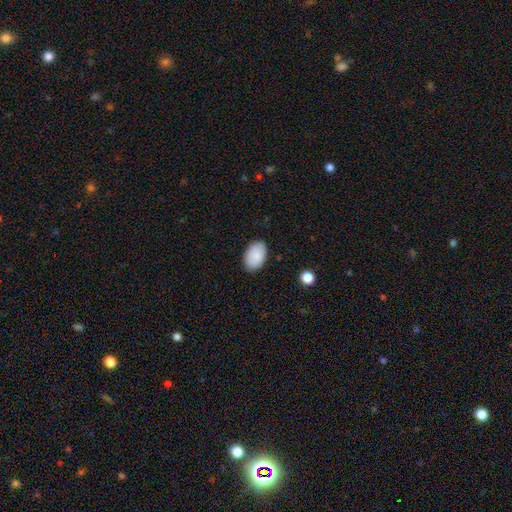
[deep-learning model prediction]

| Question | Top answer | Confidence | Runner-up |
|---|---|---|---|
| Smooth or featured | smooth | 88% | star or artifact (6%) |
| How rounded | in between | 92% | round (7%) |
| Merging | none | 86% | minor disturbance (11%) |